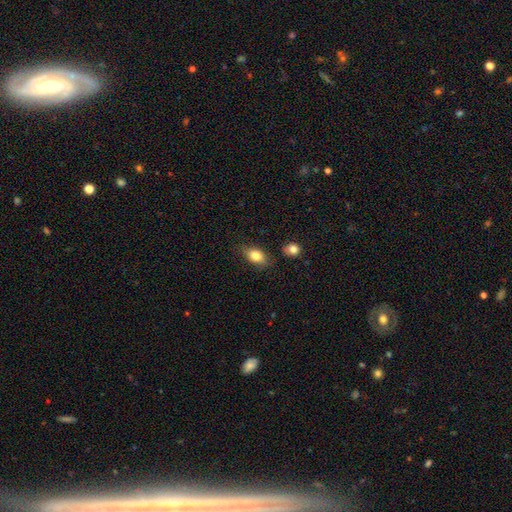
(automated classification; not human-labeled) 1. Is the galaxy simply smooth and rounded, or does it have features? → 80% smooth, 12% featured or disk, 8% star or artifact.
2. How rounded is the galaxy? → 81% in between, 14% round, 5% cigar-shaped.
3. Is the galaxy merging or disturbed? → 77% none, 17% minor disturbance, 3% major disturbance, 3% merger.